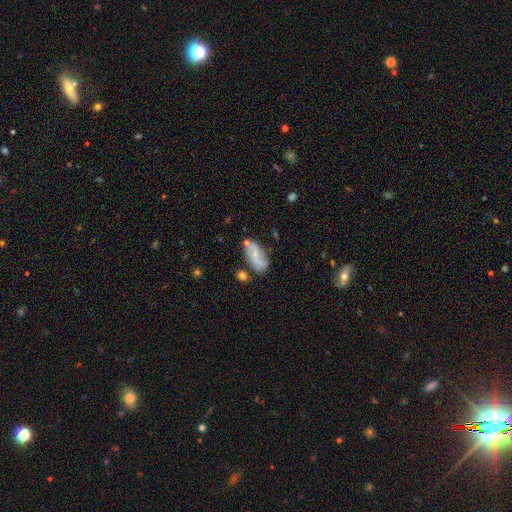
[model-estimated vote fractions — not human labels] The model was most divided on "bar": no: 42%, weak: 39%, strong: 19%. More confident: edge-on disk — no (94%); spiral arms — yes (83%); bulge size — small (59%); smooth or featured — featured or disk (59%); merging — none (59%).